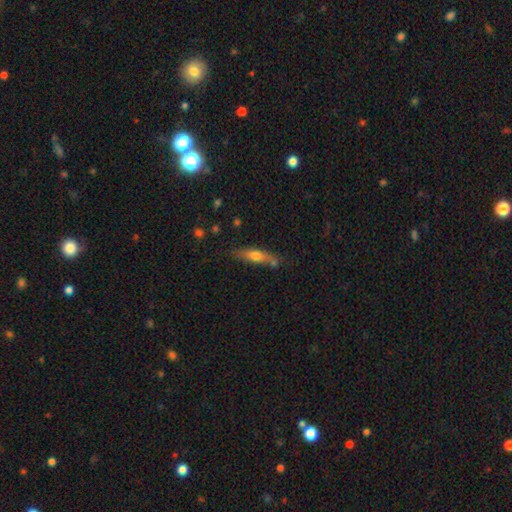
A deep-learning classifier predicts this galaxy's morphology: Smooth or featured: smooth — 55% (featured or disk — 38%)
How rounded: cigar-shaped — 71% (in between — 26%)
Merging: none — 69% (minor disturbance — 18%)